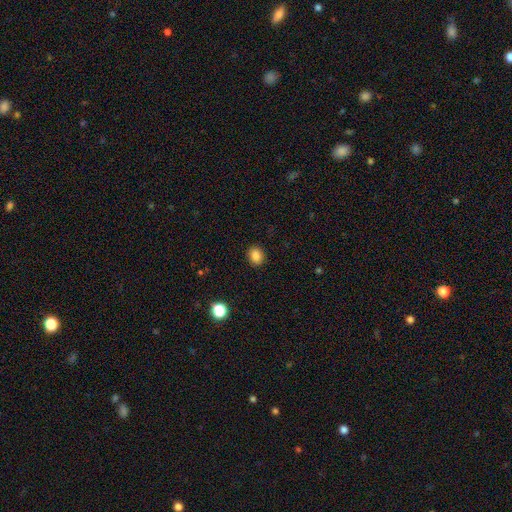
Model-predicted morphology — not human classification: Q: Smooth or featured?
A: smooth (85%); runner-up: star or artifact (11%)
Q: How rounded?
A: round (52%); runner-up: in between (47%)
Q: Merging?
A: none (90%); runner-up: minor disturbance (7%)